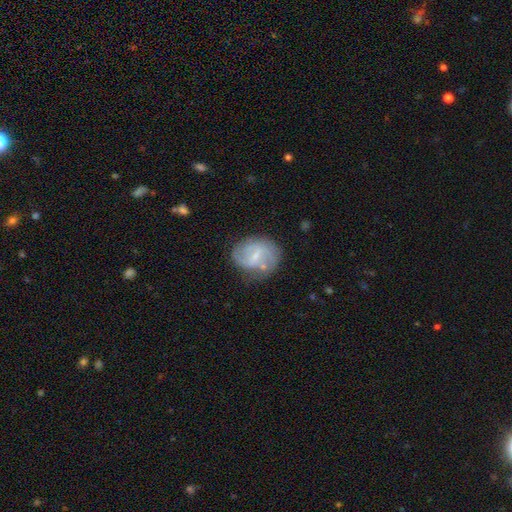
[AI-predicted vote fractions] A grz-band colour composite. It shows a featured or disk galaxy (67%) with a weak bar (58%), 2 (64%) medium (44%) spiral arms (82%) and a small central bulge (70%). Merging: none (62%).